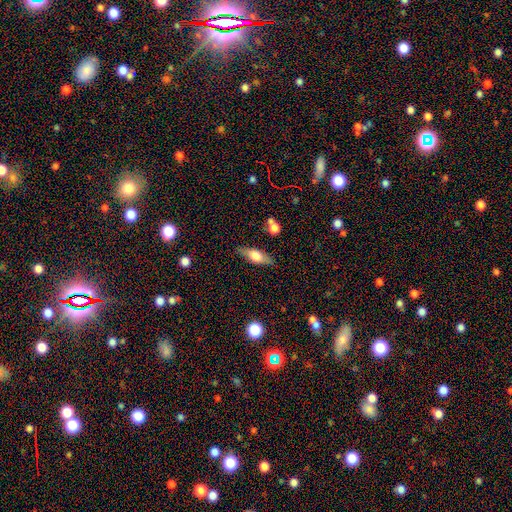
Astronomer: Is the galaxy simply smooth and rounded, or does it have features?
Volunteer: smooth — 63%.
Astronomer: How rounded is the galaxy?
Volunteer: in between — 67%.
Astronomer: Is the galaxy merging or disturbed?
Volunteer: none — 83%.